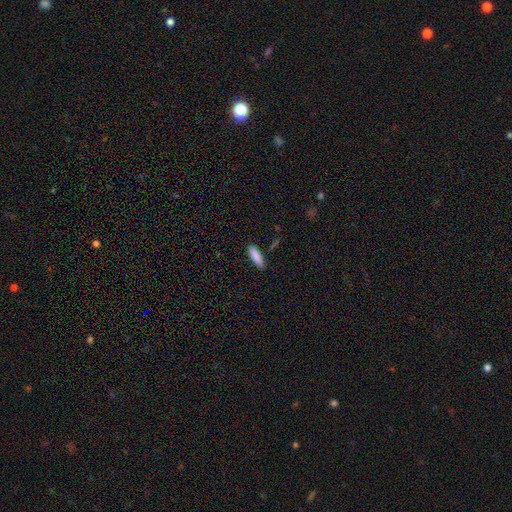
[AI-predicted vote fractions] This is clearly a smooth galaxy (87%). How rounded: possibly cigar-shaped (50%). Merging: clearly none (84%).